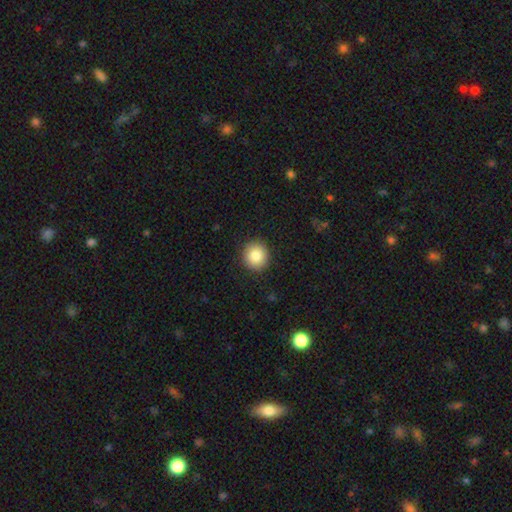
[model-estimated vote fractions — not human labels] smooth 85%, star or artifact 8%, featured or disk 6%. Down the decision tree: how rounded — round (90%); merging — none (91%).